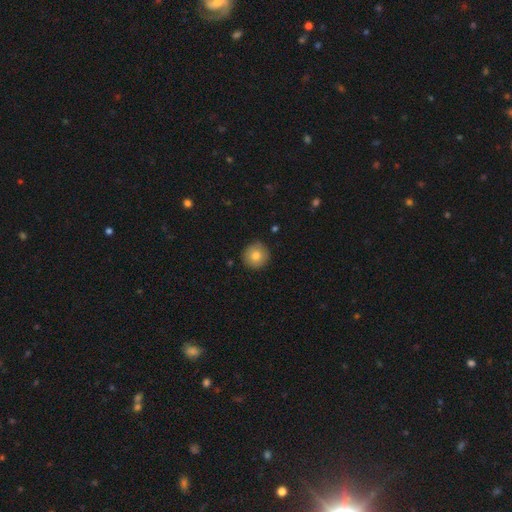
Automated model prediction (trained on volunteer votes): The model was most divided on "smooth or featured": smooth: 80%, featured or disk: 11%, star or artifact: 9%. More confident: how rounded — round (95%); merging — none (90%).